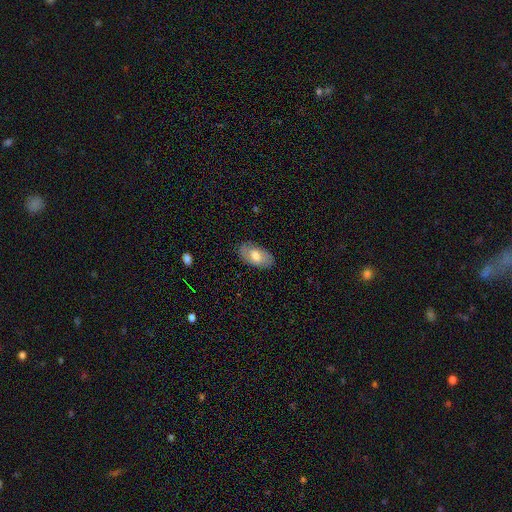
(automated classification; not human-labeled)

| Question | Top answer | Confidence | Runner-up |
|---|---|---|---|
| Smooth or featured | smooth | 64% | featured or disk (29%) |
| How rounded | in between | 93% | round (4%) |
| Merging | none | 83% | minor disturbance (13%) |